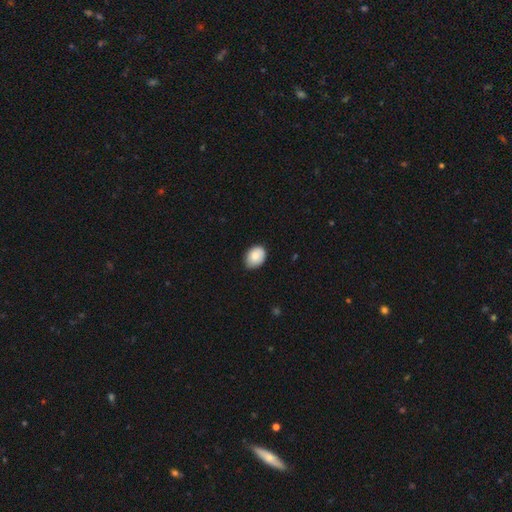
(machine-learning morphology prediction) Smooth or featured?
  - smooth: 81% *
  - featured or disk: 11%
  - star or artifact: 7%
How rounded?
  - in between: 67% *
  - round: 32%
  - cigar-shaped: 1%
Merging?
  - none: 76% *
  - minor disturbance: 21%
  - major disturbance: 3%
  - merger: 1%